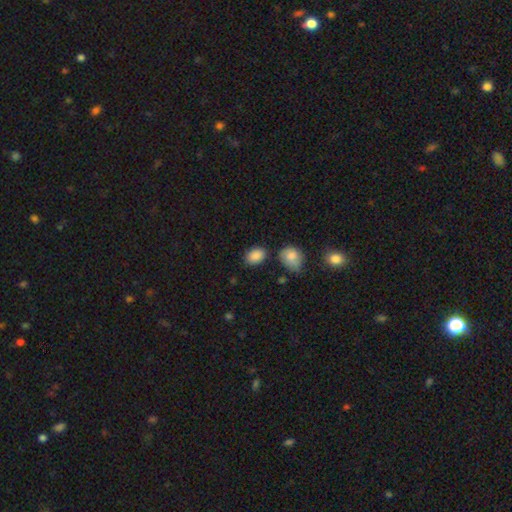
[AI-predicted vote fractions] smooth-or-featured: smooth: 87% | star or artifact: 8% | featured or disk: 5%
  how-rounded: in between: 78% | round: 21% | cigar-shaped: 1%
  merging: none: 76% | minor disturbance: 15% | merger: 5% | major disturbance: 3%